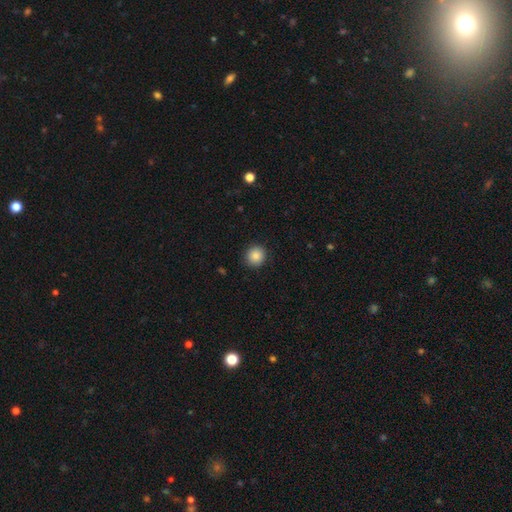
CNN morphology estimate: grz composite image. It shows a smooth galaxy with no disk features (87%) that is round (90%). Merging: none (91%).